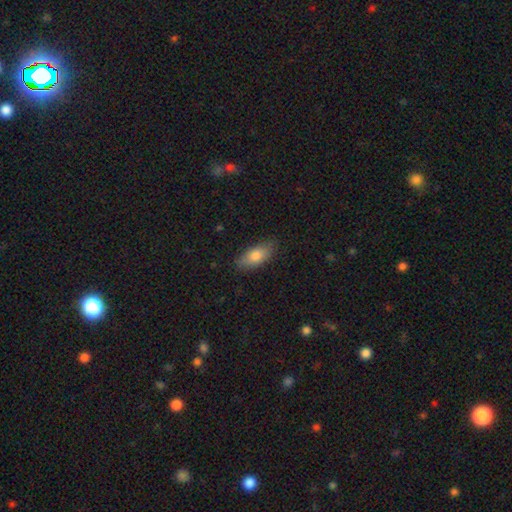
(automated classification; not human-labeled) Smooth or featured? Predicted: smooth (p=0.78). How rounded? Predicted: in between (p=0.84). Merging? Predicted: none (p=0.83).